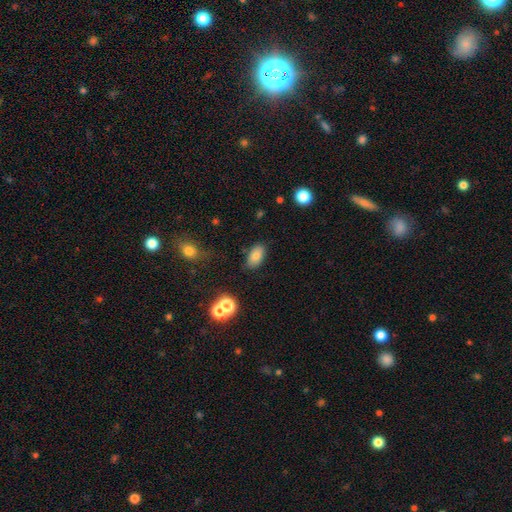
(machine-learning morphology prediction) A smooth galaxy with no disk features (80%) that is in between round and cigar-shaped (92%).

Vote fractions:
- Smooth or featured? smooth: 80% / star or artifact: 10% / featured or disk: 10%
- How rounded? in between: 92% / round: 6% / cigar-shaped: 3%
- Merging? none: 83% / minor disturbance: 11% / major disturbance: 3% / merger: 3%